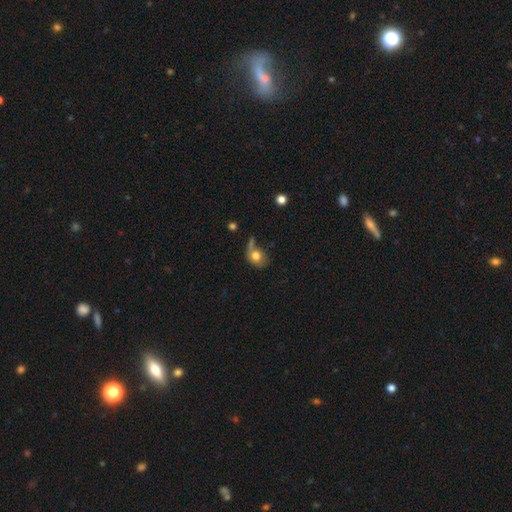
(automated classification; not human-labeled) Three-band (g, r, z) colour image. It shows a smooth galaxy with no disk features (74%) that is round (52%). Merging: none (35%).